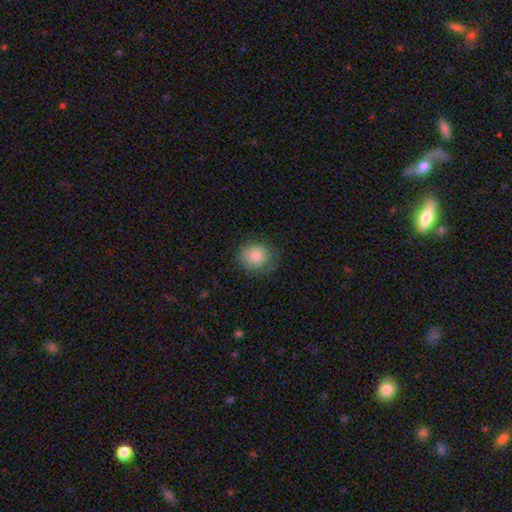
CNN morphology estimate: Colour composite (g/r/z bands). It shows a smooth galaxy with no disk features (86%) that is round (80%). Merging: none (78%).